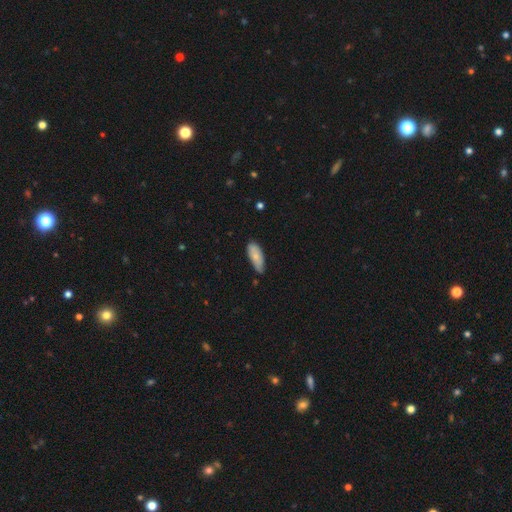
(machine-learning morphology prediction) Smooth or featured? smooth (76%)
How rounded? in between (80%)
Merging? none (61%)